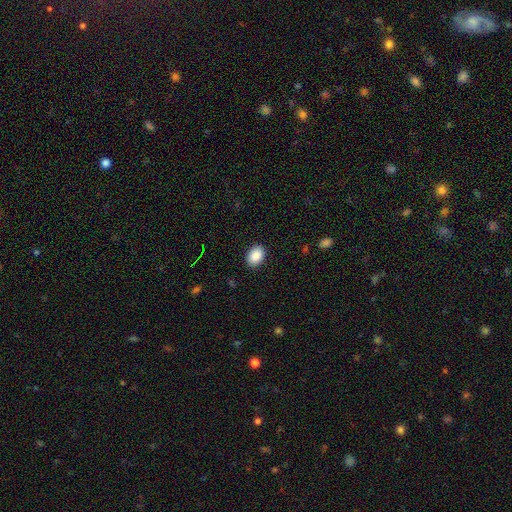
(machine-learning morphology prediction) Smooth or featured? smooth (88%)
How rounded? in between (79%)
Merging? none (89%)